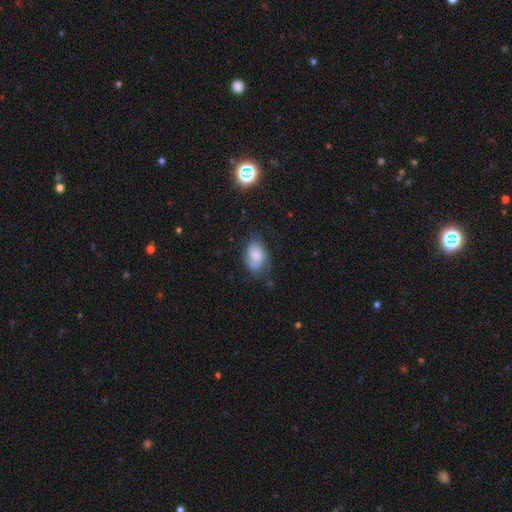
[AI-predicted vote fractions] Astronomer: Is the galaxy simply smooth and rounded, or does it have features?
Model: smooth — 60%.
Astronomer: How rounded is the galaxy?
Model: in between — 81%.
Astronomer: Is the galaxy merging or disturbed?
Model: none — 53% (runner-up: minor disturbance, 31%).